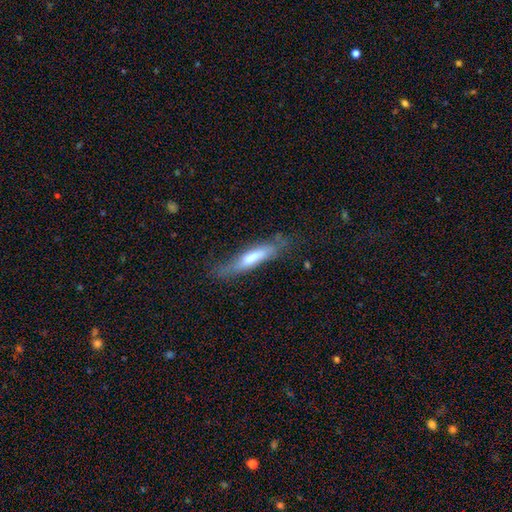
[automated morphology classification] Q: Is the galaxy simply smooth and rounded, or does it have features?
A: smooth — 49%.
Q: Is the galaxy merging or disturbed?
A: none — 60%.